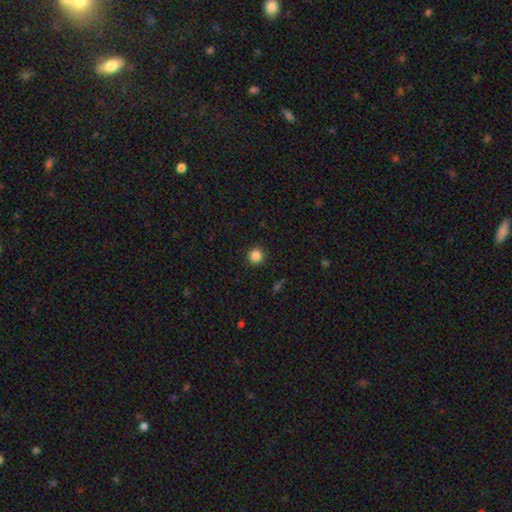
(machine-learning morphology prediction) Q: Smooth or featured?
A: smooth (85%); runner-up: star or artifact (11%)
Q: How rounded?
A: round (95%); runner-up: in between (4%)
Q: Merging?
A: none (92%); runner-up: minor disturbance (5%)